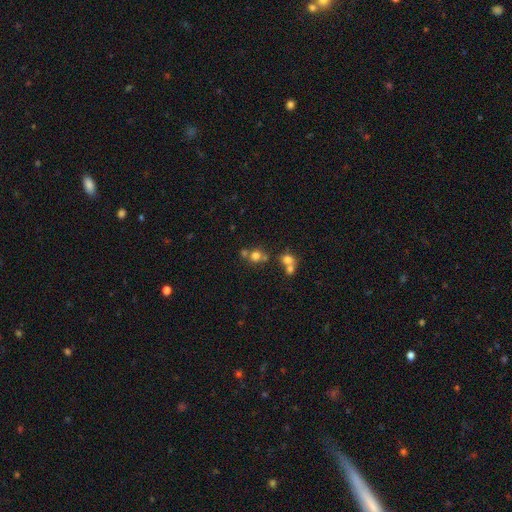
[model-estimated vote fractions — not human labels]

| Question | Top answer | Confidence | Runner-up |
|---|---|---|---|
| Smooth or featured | smooth | 70% | star or artifact (17%) |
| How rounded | round | 82% | in between (17%) |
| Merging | none | 49% | merger (38%) |